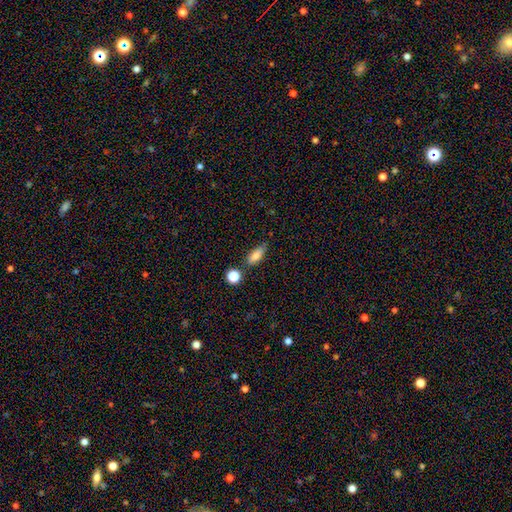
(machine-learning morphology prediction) type=smooth (82%); roundness=in between (77%); merging=none (69%).